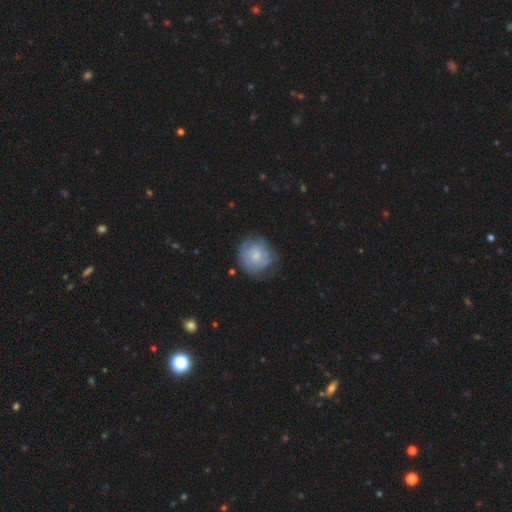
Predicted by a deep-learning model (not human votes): smooth 58%, featured or disk 35%, star or artifact 7%. Down the decision tree: how rounded — round (86%); merging — none (63%).